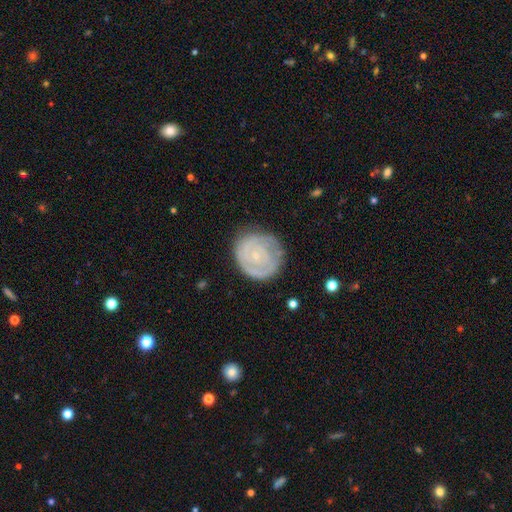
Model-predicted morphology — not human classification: type=featured or disk (69%); edge-on=no (98%); bar=no (80%); spiral arms=yes (75%); winding=tight (75%); arm count=can't tell (44%); bulge=small (83%); merging=none (73%).